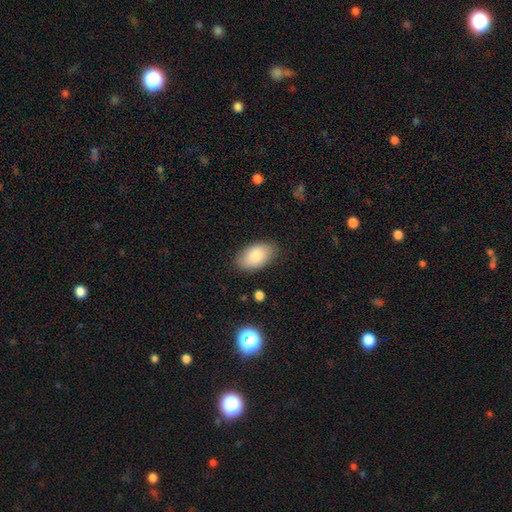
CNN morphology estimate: A smooth galaxy with no disk features (82%) that is in between round and cigar-shaped (93%).

Vote fractions:
- Smooth or featured? smooth: 82% / featured or disk: 11% / star or artifact: 6%
- How rounded? in between: 93% / round: 5% / cigar-shaped: 1%
- Merging? none: 83% / minor disturbance: 13% / major disturbance: 3% / merger: 1%